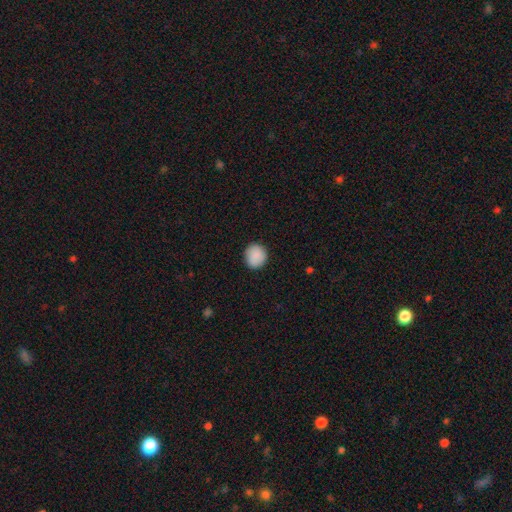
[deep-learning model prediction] A smooth galaxy with no disk features (89%) that is round (84%). Merging: none (89%).